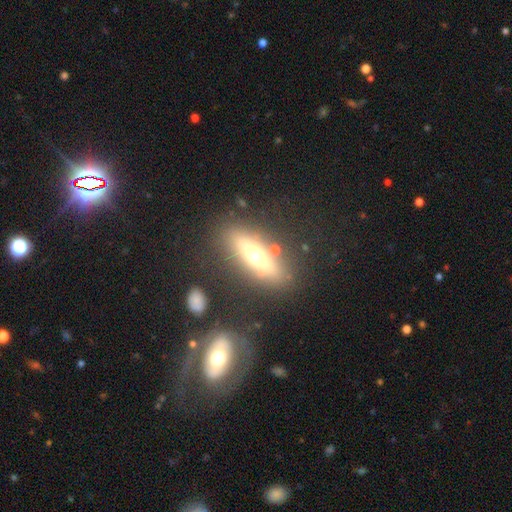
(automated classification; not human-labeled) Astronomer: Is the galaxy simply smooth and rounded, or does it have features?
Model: featured or disk — 51% (runner-up: smooth, 41%).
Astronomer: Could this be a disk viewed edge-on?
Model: yes — 78%.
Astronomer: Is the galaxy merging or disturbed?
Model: none — 78%.